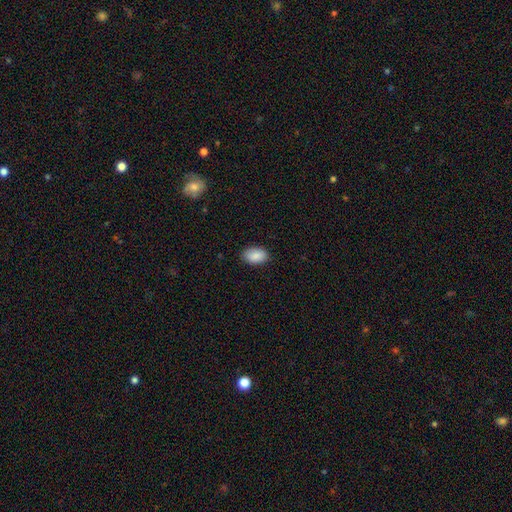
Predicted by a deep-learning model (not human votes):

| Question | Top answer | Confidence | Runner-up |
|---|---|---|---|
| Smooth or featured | smooth | 89% | star or artifact (7%) |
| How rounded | in between | 91% | round (7%) |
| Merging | none | 88% | minor disturbance (9%) |